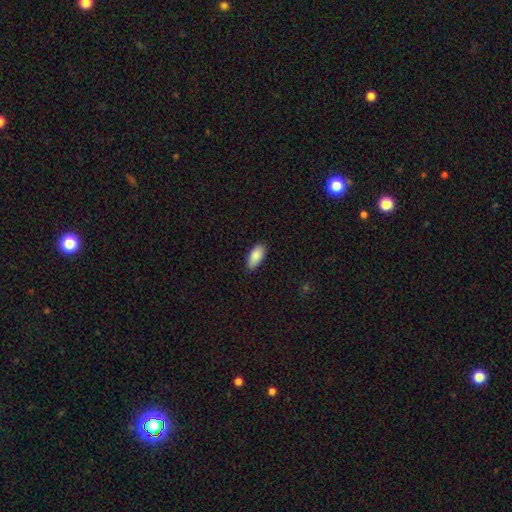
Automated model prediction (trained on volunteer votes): Smooth or featured?
  - smooth: 88% *
  - star or artifact: 6%
  - featured or disk: 5%
How rounded?
  - in between: 92% *
  - cigar-shaped: 6%
  - round: 2%
Merging?
  - none: 86% *
  - minor disturbance: 11%
  - major disturbance: 2%
  - merger: 1%